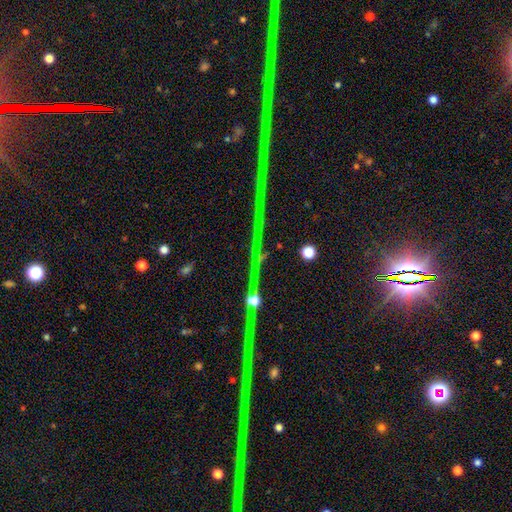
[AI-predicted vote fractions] smooth-or-featured: star or artifact: 86% | featured or disk: 8% | smooth: 6%